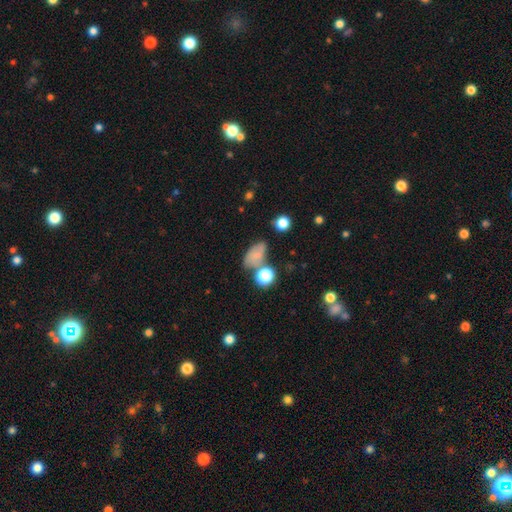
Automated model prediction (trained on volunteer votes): smooth-or-featured: smooth: 68% | featured or disk: 17% | star or artifact: 15%
  how-rounded: in between: 80% | round: 16% | cigar-shaped: 4%
  merging: none: 45% | minor disturbance: 24% | merger: 19% | major disturbance: 12%